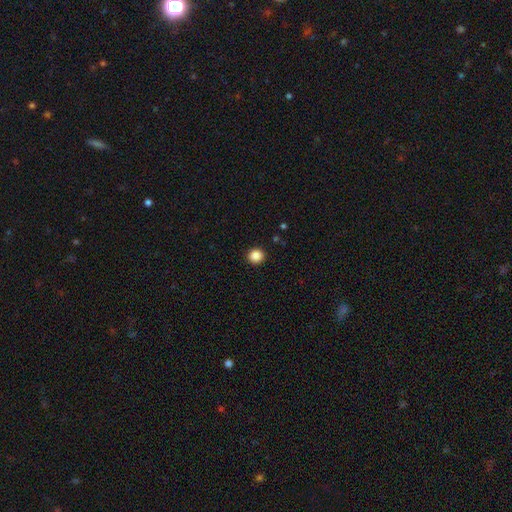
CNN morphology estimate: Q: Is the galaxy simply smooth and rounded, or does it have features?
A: smooth — 87%.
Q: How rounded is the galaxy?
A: round — 93%.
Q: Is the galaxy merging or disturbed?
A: none — 93%.